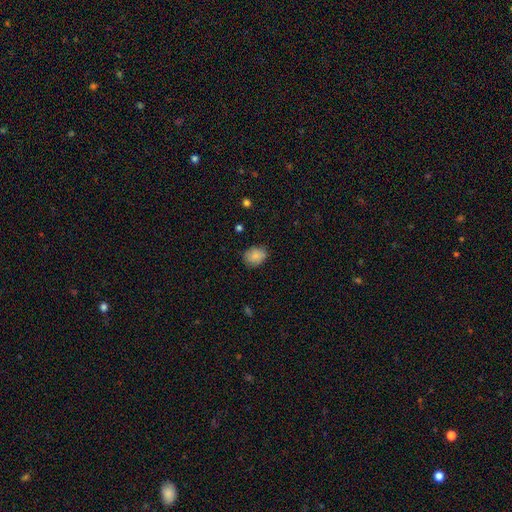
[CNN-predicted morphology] Overall: smooth (84%). How rounded: round (50%; in between 49%). Merging: none (78%).